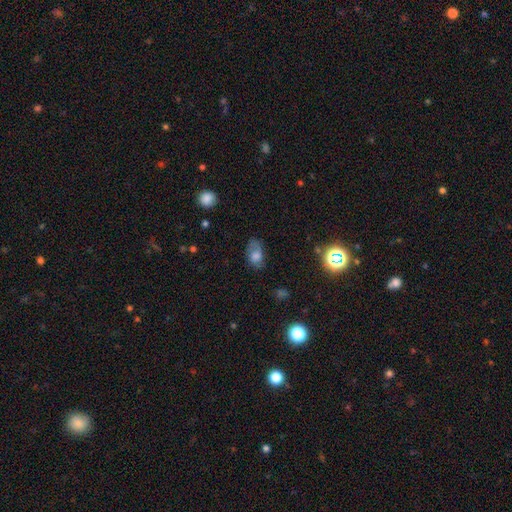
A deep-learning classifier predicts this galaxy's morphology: type=smooth (63%); roundness=in between (87%); merging=none (61%).